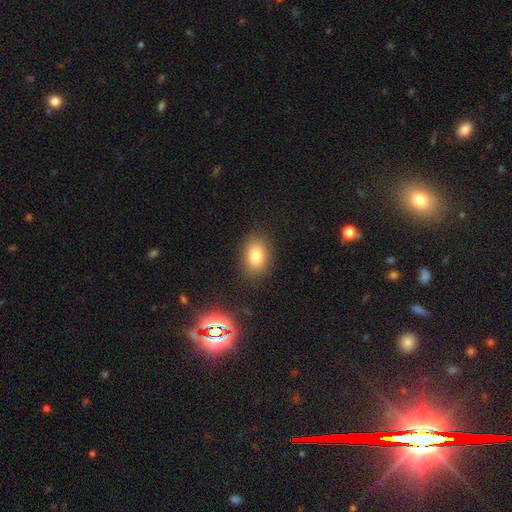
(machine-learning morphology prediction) A smooth galaxy with no disk features (80%) that is in between round and cigar-shaped (79%). Merging: none (85%).